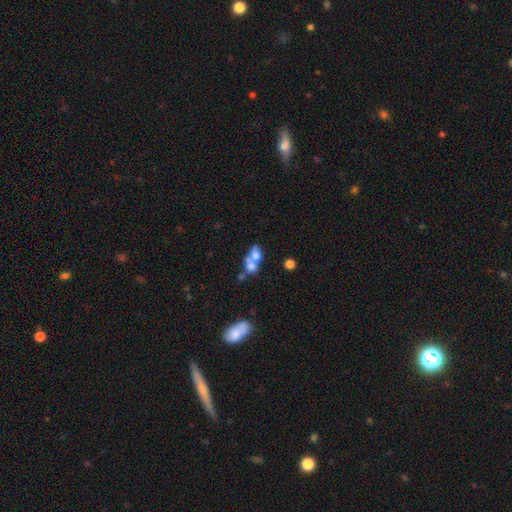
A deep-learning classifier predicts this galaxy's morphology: A smooth galaxy with no disk features (62%) that is in between round and cigar-shaped (55%). Merging: merger (66%).